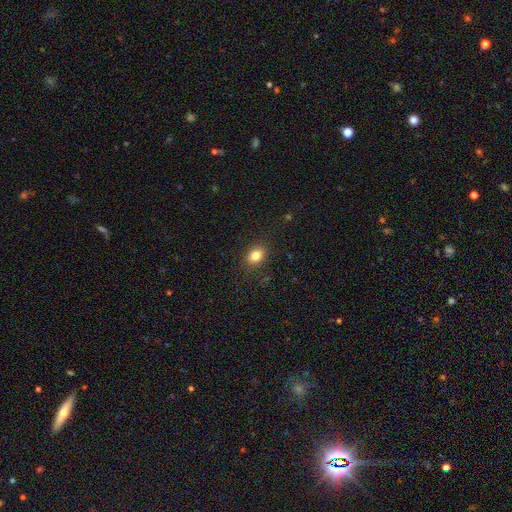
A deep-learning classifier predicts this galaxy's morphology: type=smooth (82%); roundness=in between (66%); merging=none (86%).